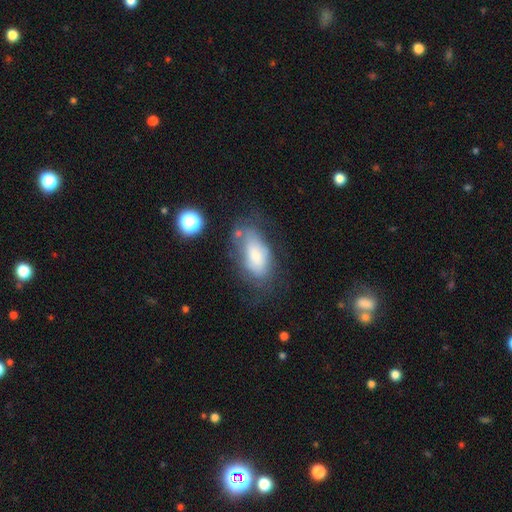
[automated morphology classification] type=smooth (65%); roundness=in between (90%); merging=none (46%).